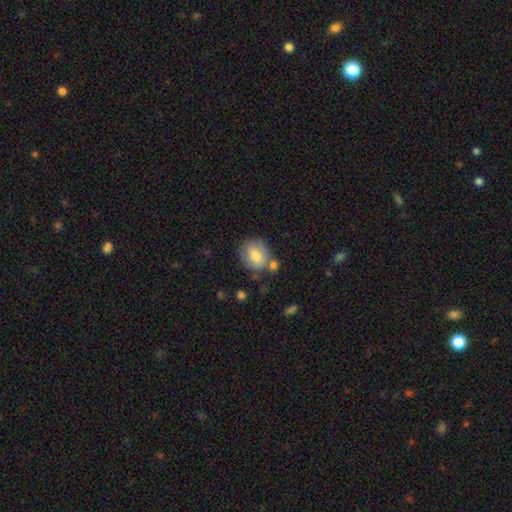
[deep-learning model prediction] smooth 78%, featured or disk 15%, star or artifact 8%. Down the decision tree: how rounded — in between (51%); merging — none (63%).